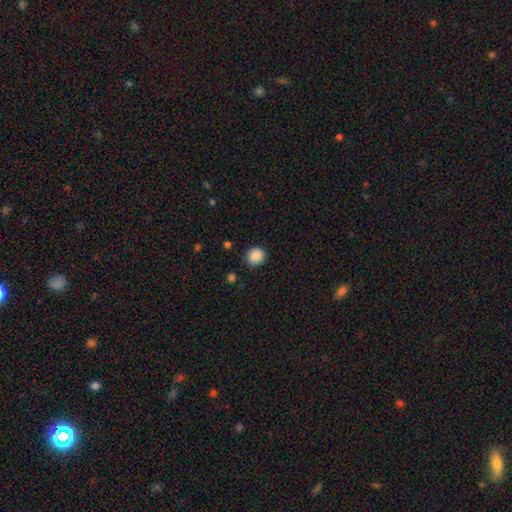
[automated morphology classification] Q: Smooth or featured?
A: smooth (88%); runner-up: star or artifact (9%)
Q: How rounded?
A: round (83%); runner-up: in between (16%)
Q: Merging?
A: none (86%); runner-up: minor disturbance (11%)